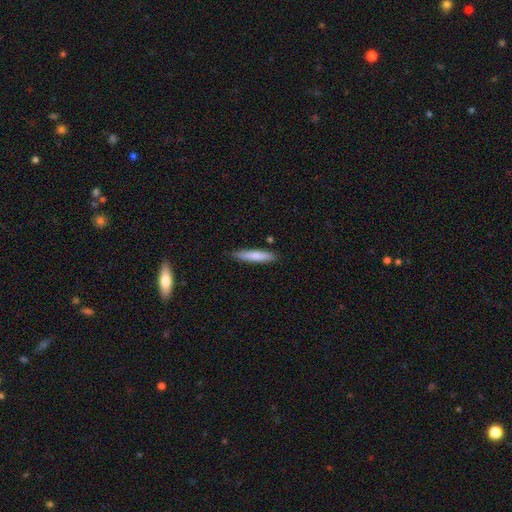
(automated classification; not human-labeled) Morphology: type=smooth (74%); roundness=cigar-shaped (86%); merging=none (85%).